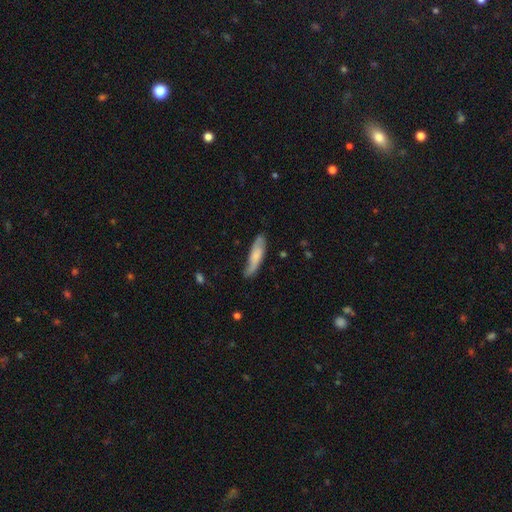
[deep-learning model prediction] Smooth or featured? smooth (61%)
How rounded? cigar-shaped (69%)
Merging? none (68%)